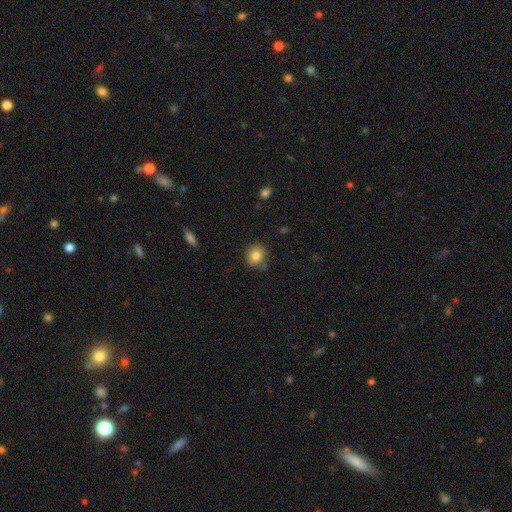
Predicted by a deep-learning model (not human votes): smooth-or-featured: smooth: 82% | star or artifact: 10% | featured or disk: 9%
  how-rounded: round: 81% | in between: 18% | cigar-shaped: 1%
  merging: none: 79% | minor disturbance: 15% | merger: 3% | major disturbance: 3%